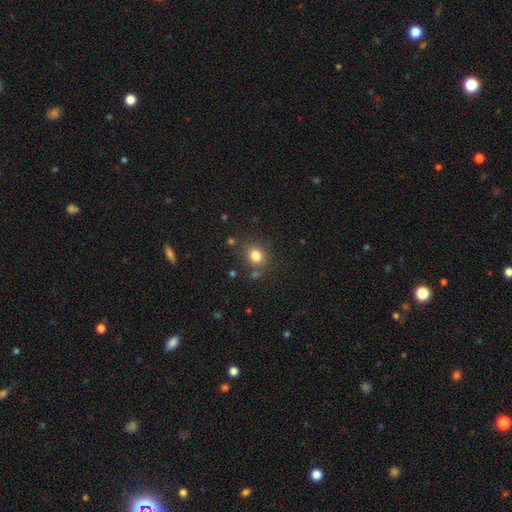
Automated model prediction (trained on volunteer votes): A smooth galaxy with no disk features (81%) that is round (75%). Merging: none (79%).